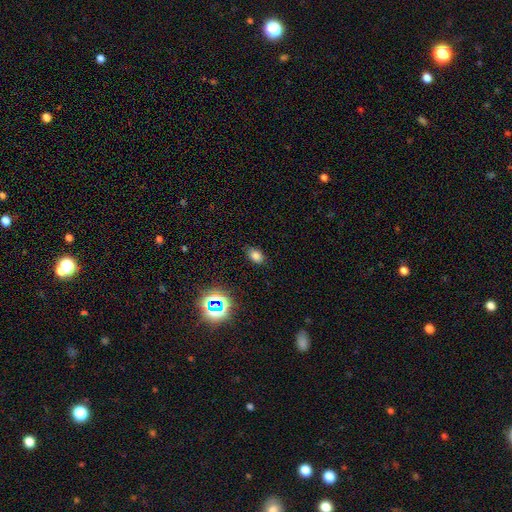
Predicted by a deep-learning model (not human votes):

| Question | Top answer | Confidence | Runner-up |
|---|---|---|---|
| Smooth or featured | smooth | 74% | star or artifact (19%) |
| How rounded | in between | 82% | round (17%) |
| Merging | none | 85% | minor disturbance (11%) |